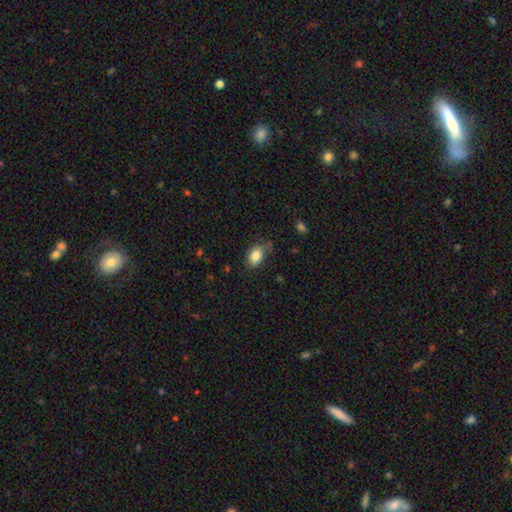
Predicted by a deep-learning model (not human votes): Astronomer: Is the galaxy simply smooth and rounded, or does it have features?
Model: smooth — 84%.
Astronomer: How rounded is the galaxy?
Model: in between — 77%.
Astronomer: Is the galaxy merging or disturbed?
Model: none — 69%.